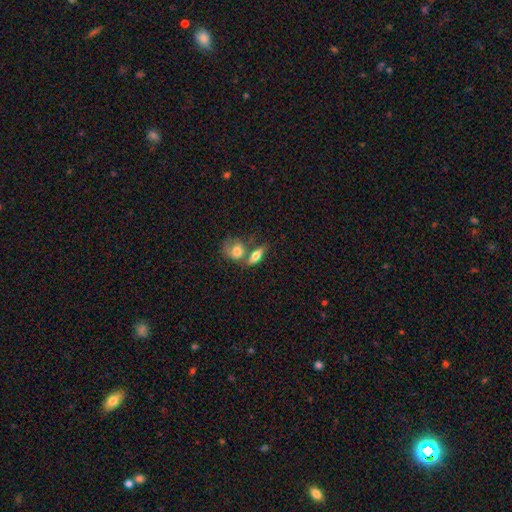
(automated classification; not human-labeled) Q: Smooth or featured?
A: smooth (65%); runner-up: featured or disk (28%)
Q: How rounded?
A: in between (66%); runner-up: cigar-shaped (25%)
Q: Merging?
A: none (43%); runner-up: merger (41%)